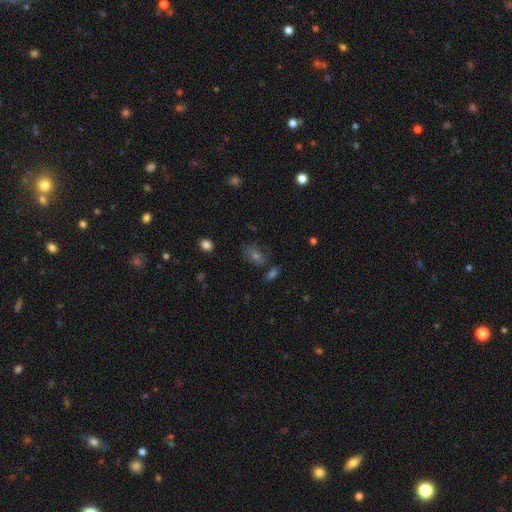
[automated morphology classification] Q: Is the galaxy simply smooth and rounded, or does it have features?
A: smooth — 47%.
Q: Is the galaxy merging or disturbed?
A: none — 66%.